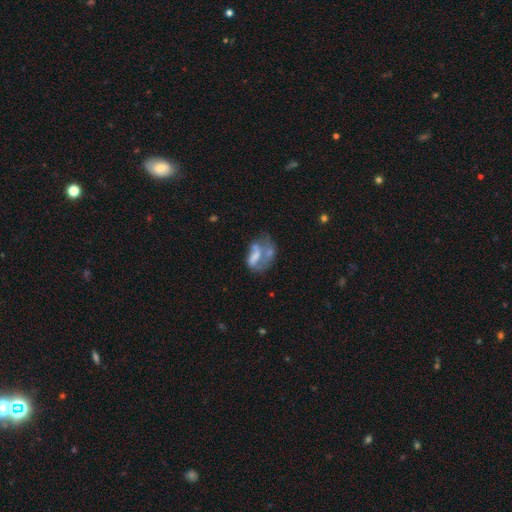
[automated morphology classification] Smooth or featured? featured or disk (52%)
Edge-on disk? no (97%)
Bar? no (69%)
Spiral arms? no (72%)
Bulge size? none (50%)
Merging? major disturbance (35%)